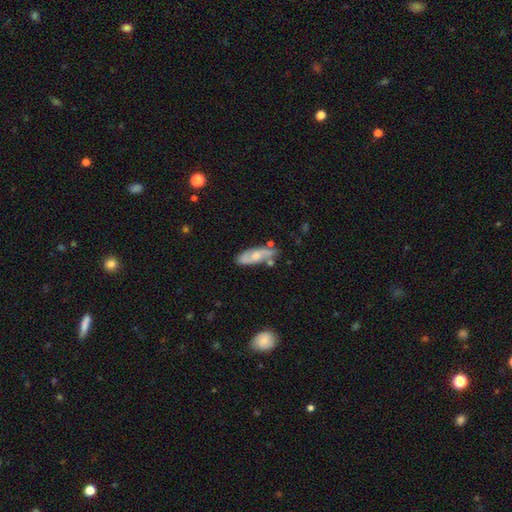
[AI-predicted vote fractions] This appears to be a featured or disk galaxy (60%). Merging: none (66%).